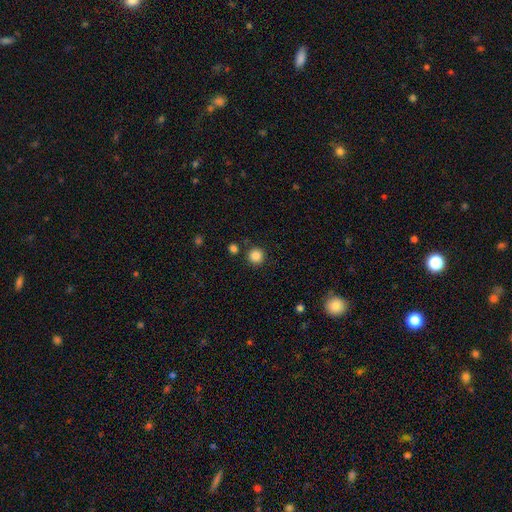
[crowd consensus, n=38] Morphology: type=smooth (87%); roundness=round (97%); merging=none (83%).